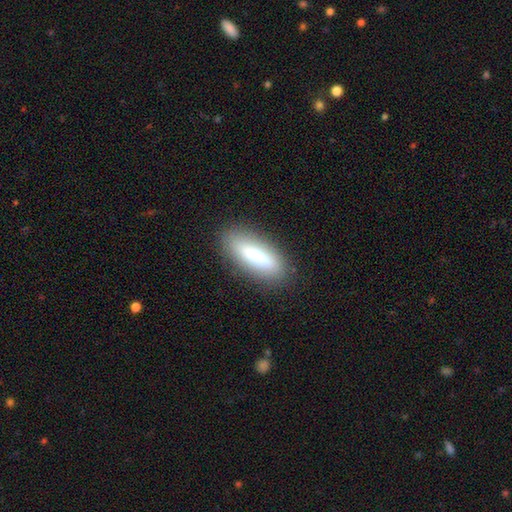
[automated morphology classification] smooth-or-featured: smooth: 68% | featured or disk: 23% | star or artifact: 8%
  how-rounded: in between: 59% | cigar-shaped: 38% | round: 2%
  merging: none: 87% | minor disturbance: 9% | major disturbance: 3% | merger: 1%